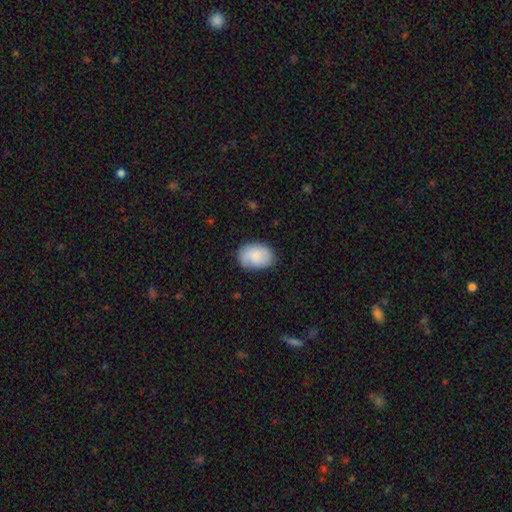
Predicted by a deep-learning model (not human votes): smooth_or_featured: smooth (p=0.80) [alt: featured or disk p=0.14]
how_rounded: in between (p=0.79) [alt: round p=0.20]
merging: none (p=0.71) [alt: minor disturbance p=0.22]